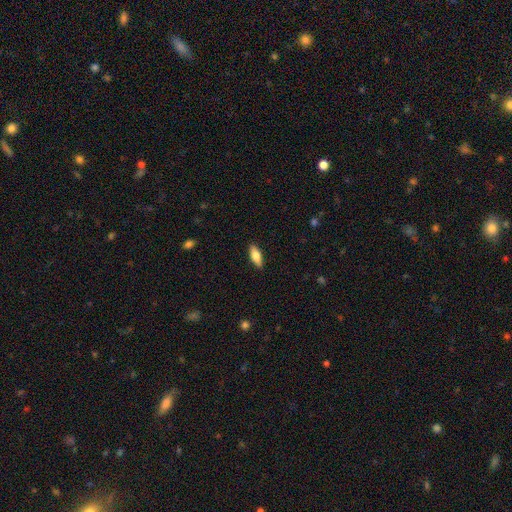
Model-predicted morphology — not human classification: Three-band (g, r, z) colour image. It shows a smooth galaxy with no disk features (73%) that is in between round and cigar-shaped (70%). Merging: none (89%).